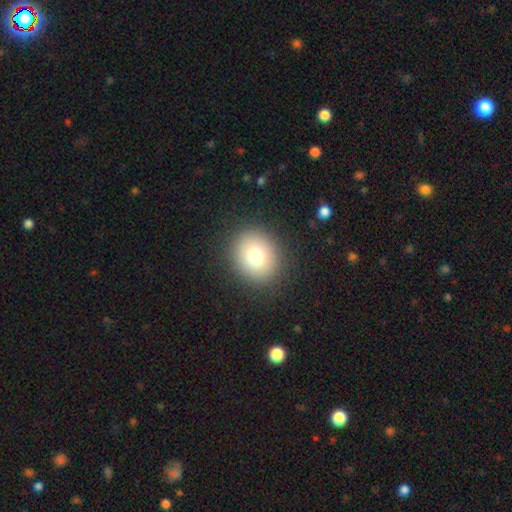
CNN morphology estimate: Smooth or featured? smooth (77%)
How rounded? round (73%)
Merging? none (89%)